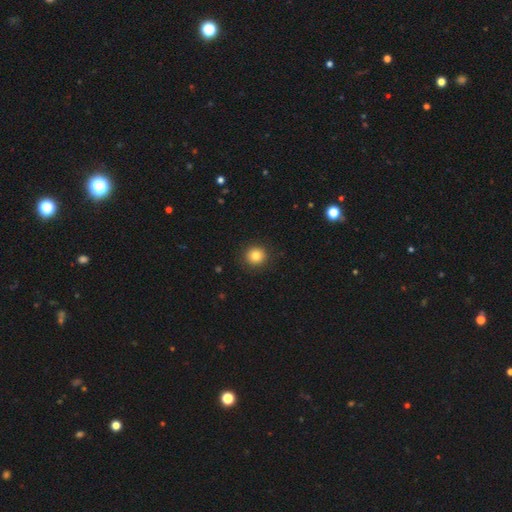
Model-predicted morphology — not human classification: smooth 82%, star or artifact 11%, featured or disk 7%. Down the decision tree: how rounded — round (93%); merging — none (92%).